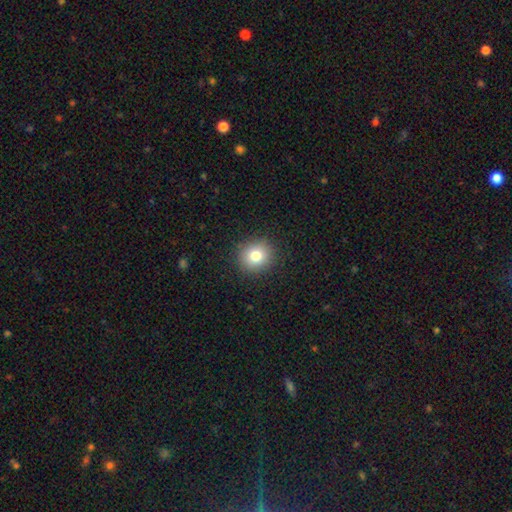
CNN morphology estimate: This appears to be a smooth galaxy with no disk features (80%) that is round (87%). Merging: none (91%).